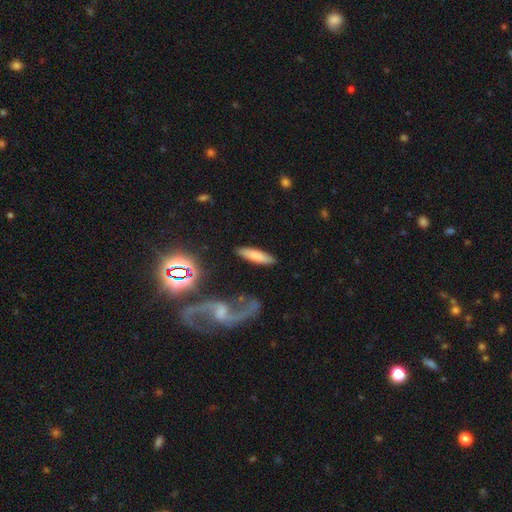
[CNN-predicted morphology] Smooth or featured?
  - smooth: 71% *
  - featured or disk: 22%
  - star or artifact: 7%
How rounded?
  - cigar-shaped: 73% *
  - in between: 25%
  - round: 2%
Merging?
  - none: 82% *
  - minor disturbance: 11%
  - major disturbance: 4%
  - merger: 3%